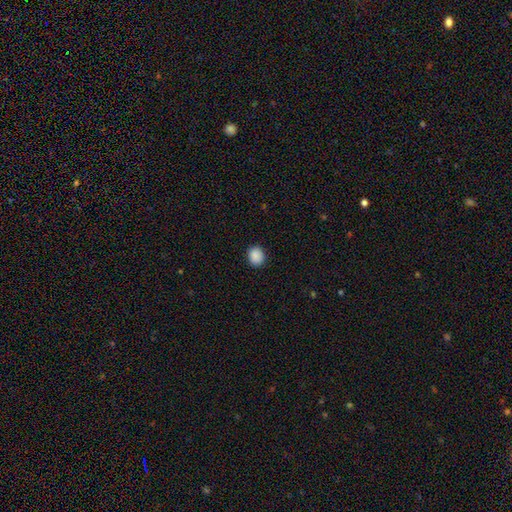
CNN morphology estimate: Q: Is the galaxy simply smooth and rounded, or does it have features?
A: smooth — 89%.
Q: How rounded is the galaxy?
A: round — 63%.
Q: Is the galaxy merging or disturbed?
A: none — 89%.